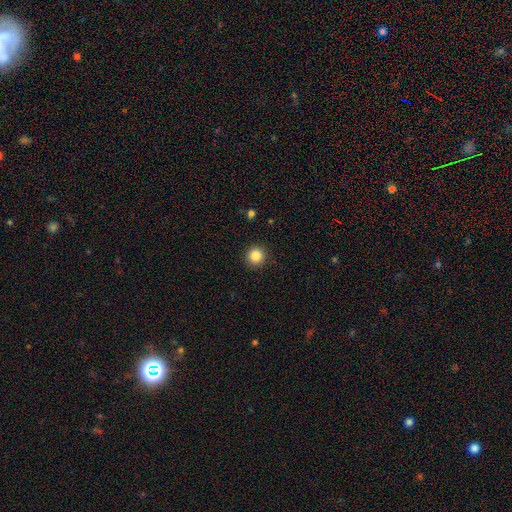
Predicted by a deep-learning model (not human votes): This appears to be a smooth galaxy with no disk features (86%) that is round (95%). Merging: none (91%).